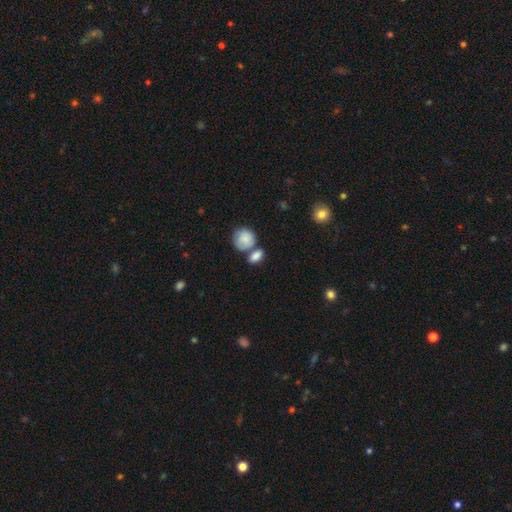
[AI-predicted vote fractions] Smooth or featured? Predicted: smooth (p=0.83). How rounded? Predicted: in between (p=0.59). Merging? Predicted: none (p=0.46).